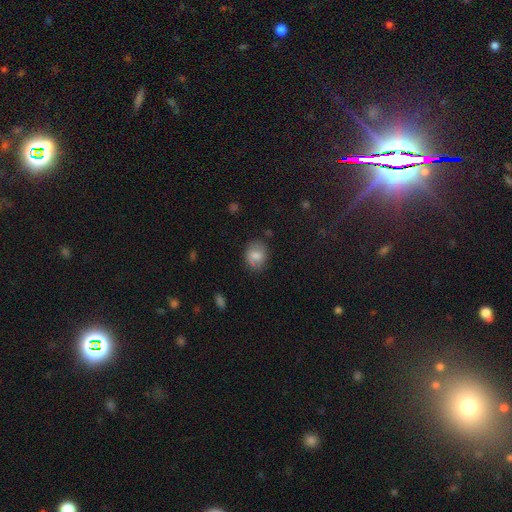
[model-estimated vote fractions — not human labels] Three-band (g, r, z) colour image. It shows a smooth galaxy with no disk features (69%) that is round (57%). Merging: none (75%).